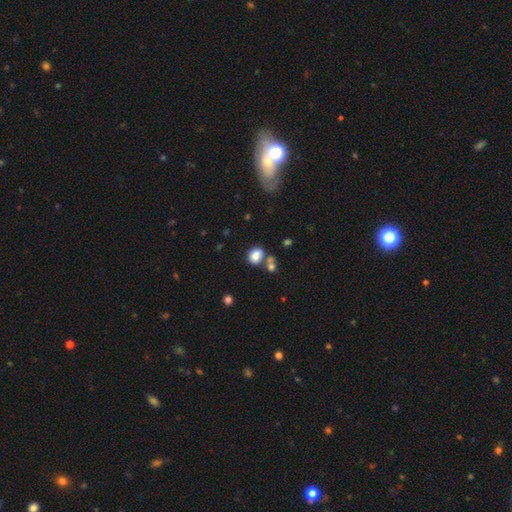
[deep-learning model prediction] This is clearly a smooth galaxy (83%). How rounded: possibly in between (54%). Merging: possibly none (52%).